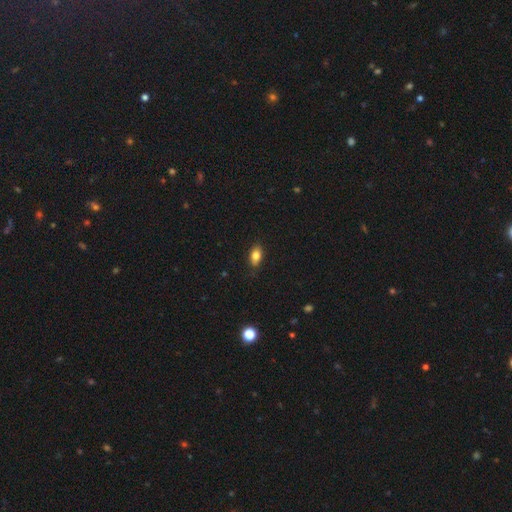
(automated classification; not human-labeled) This appears to be a smooth galaxy with no disk features (82%) that is in between round and cigar-shaped (87%). Merging: none (83%).